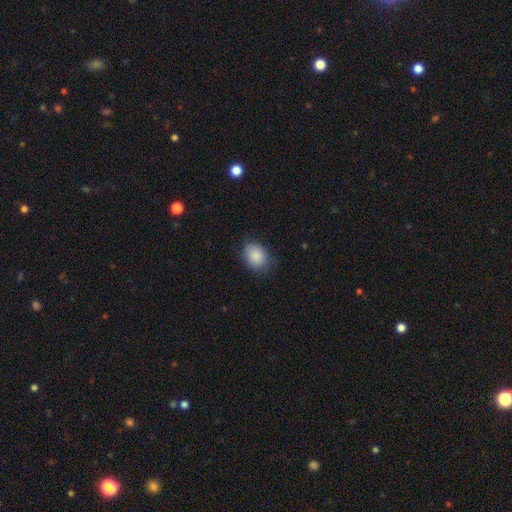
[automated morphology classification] Smooth or featured?
  - smooth: 87% *
  - star or artifact: 7%
  - featured or disk: 5%
How rounded?
  - in between: 57% *
  - round: 42%
  - cigar-shaped: 1%
Merging?
  - none: 72% *
  - minor disturbance: 22%
  - major disturbance: 5%
  - merger: 1%